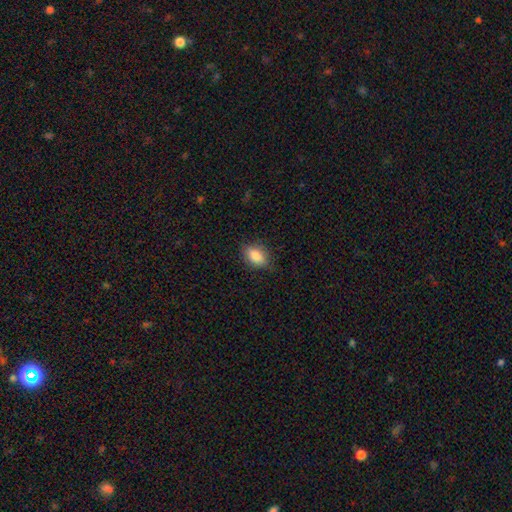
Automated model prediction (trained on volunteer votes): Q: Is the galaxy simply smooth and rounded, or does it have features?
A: smooth — 85%.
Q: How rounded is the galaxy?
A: in between — 86%.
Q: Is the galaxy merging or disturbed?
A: none — 80%.